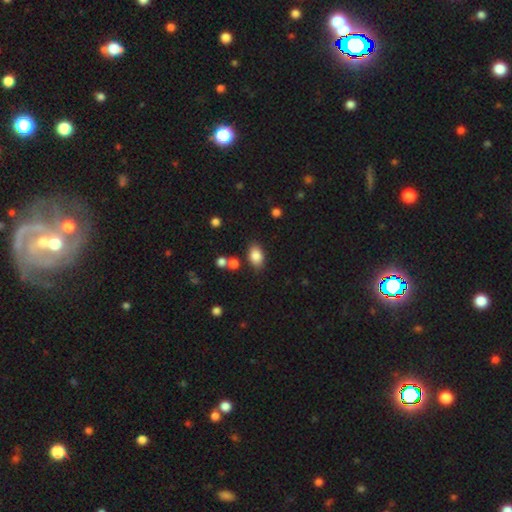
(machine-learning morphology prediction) Overall: smooth (84%). How rounded: in between (85%). Merging: none (79%).